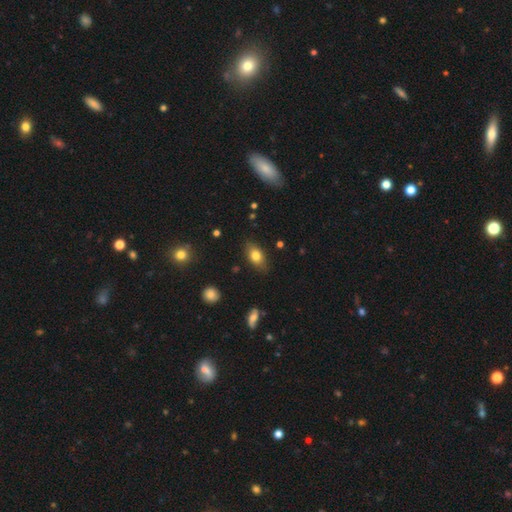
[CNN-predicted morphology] Smooth or featured? Predicted: smooth (p=0.77). How rounded? Predicted: in between (p=0.85). Merging? Predicted: none (p=0.80).